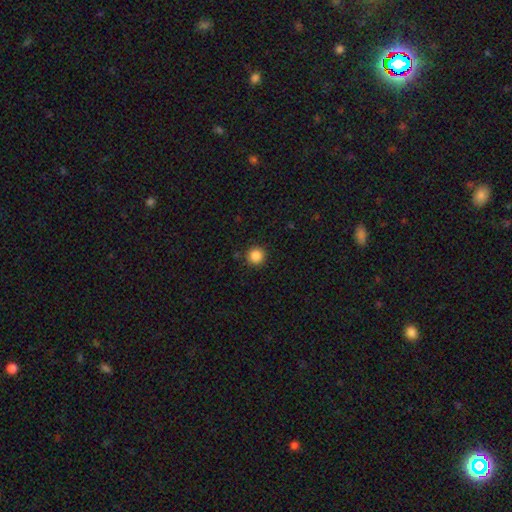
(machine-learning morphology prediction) type=smooth (87%); roundness=round (95%); merging=none (91%).